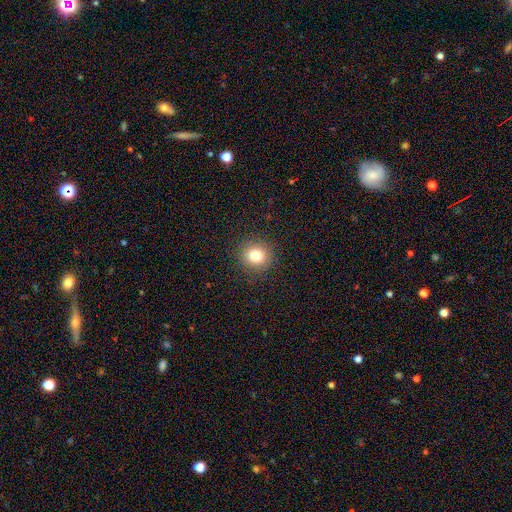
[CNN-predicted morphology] A smooth galaxy with no disk features (80%) that is round (87%).

Vote fractions:
- Smooth or featured? smooth: 80% / star or artifact: 13% / featured or disk: 8%
- How rounded? round: 87% / in between: 12% / cigar-shaped: 1%
- Merging? none: 90% / minor disturbance: 6% / major disturbance: 2% / merger: 1%